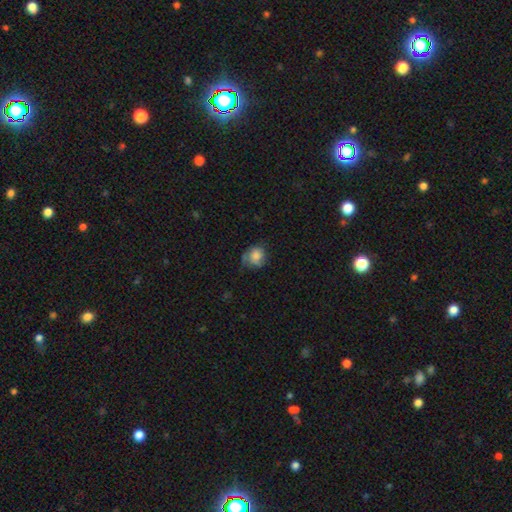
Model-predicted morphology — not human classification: This appears to be a smooth galaxy with no disk features (74%) that is round (75%). Merging: none (51%).